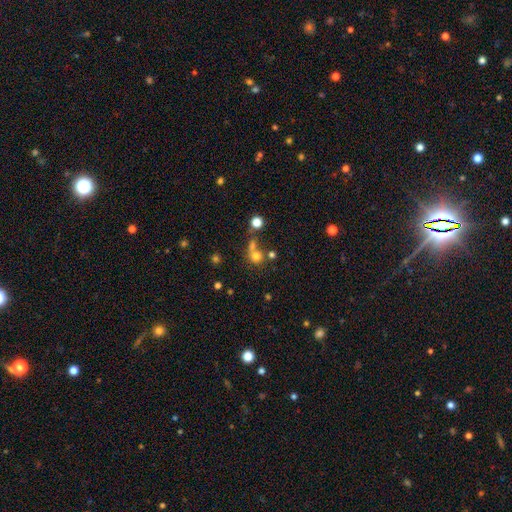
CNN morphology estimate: The model was most divided on "merging": none: 45%, merger: 39%, minor disturbance: 9%, major disturbance: 7%. More confident: how rounded — round (85%); smooth or featured — smooth (71%).